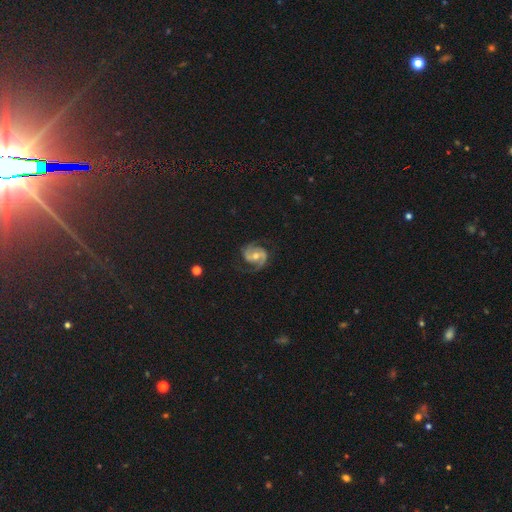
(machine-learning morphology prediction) Q: Smooth or featured?
A: featured or disk (89%); runner-up: smooth (6%)
Q: Edge-on disk?
A: no (98%); runner-up: yes (2%)
Q: Bar?
A: no (42%); runner-up: weak (40%)
Q: Spiral arms?
A: yes (98%); runner-up: no (2%)
Q: Spiral winding?
A: medium (54%); runner-up: tight (28%)
Q: Spiral arm count?
A: 2 (92%); runner-up: can't tell (2%)
Q: Bulge size?
A: moderate (66%); runner-up: small (28%)
Q: Merging?
A: none (76%); runner-up: minor disturbance (15%)